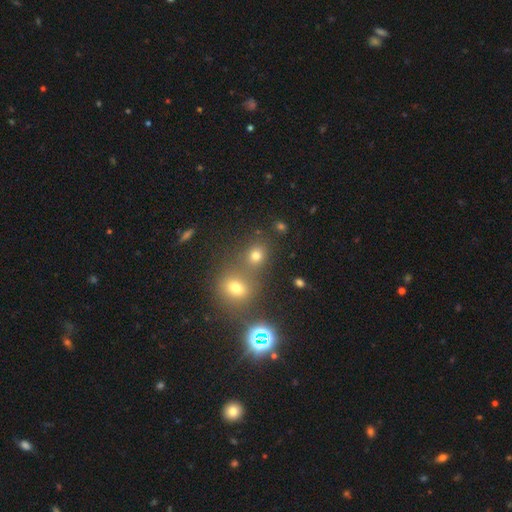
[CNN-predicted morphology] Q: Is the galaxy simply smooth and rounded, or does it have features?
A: smooth — 68%.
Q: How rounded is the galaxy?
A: round — 72%.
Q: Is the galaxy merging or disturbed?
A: none — 57%.